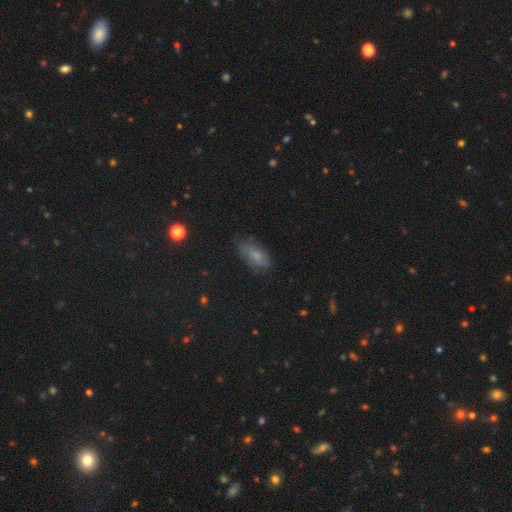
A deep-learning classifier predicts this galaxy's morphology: smooth 66%, featured or disk 20%, star or artifact 14%. Down the decision tree: how rounded — in between (86%); merging — none (67%).